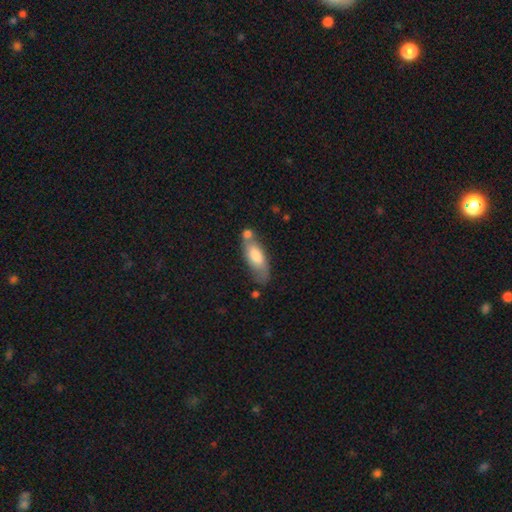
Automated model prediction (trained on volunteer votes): smooth-or-featured: smooth: 67% | featured or disk: 27% | star or artifact: 6%
  how-rounded: in between: 70% | cigar-shaped: 27% | round: 3%
  merging: none: 50% | merger: 23% | minor disturbance: 20% | major disturbance: 6%